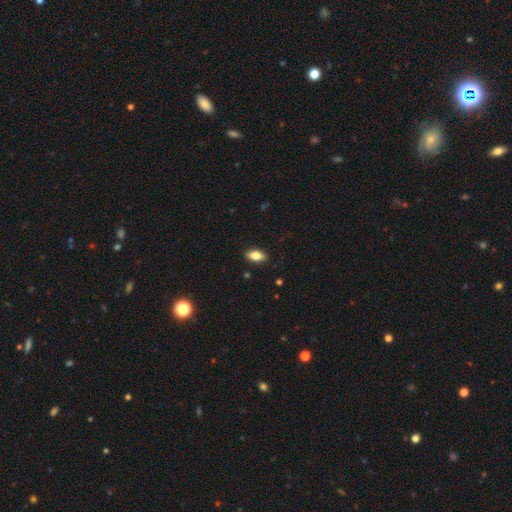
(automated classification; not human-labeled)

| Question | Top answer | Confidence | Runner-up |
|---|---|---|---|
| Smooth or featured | smooth | 82% | featured or disk (11%) |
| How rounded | in between | 90% | cigar-shaped (6%) |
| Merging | none | 89% | minor disturbance (9%) |